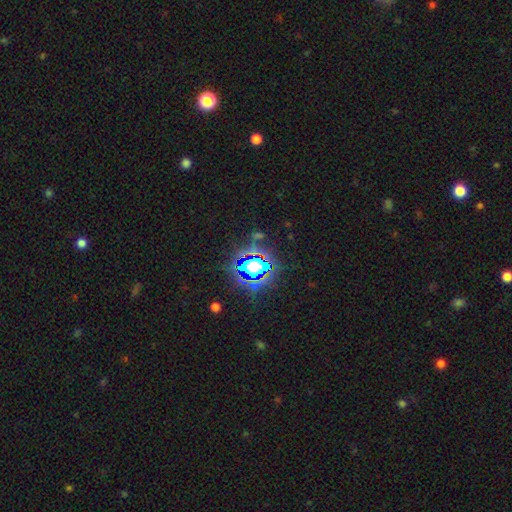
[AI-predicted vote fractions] Smooth or featured? Predicted: star or artifact (p=0.82).